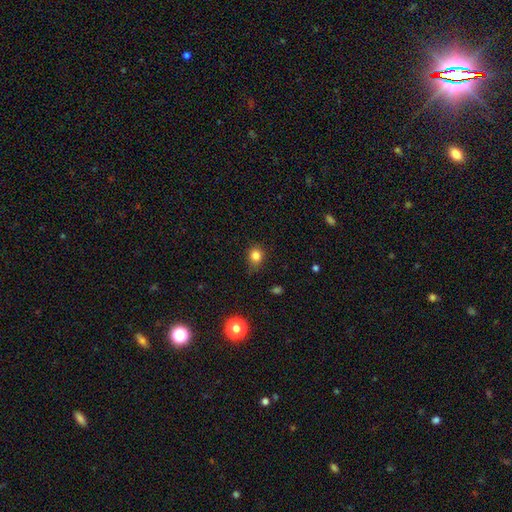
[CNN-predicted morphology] A smooth galaxy with no disk features (82%) that is round (73%). Merging: none (71%).